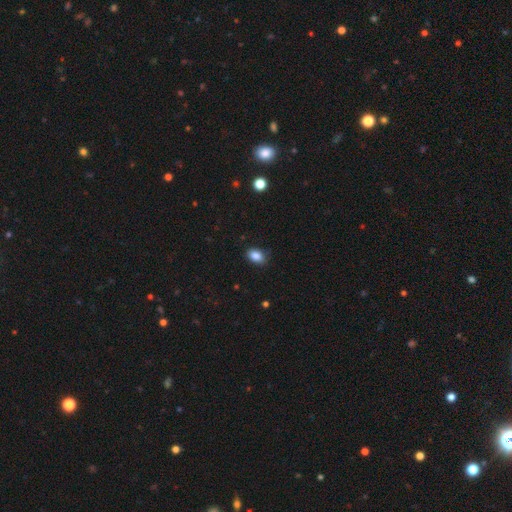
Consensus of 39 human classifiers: A smooth galaxy with no disk features (95%) that is in between round and cigar-shaped (89%). Merging: none (73%).